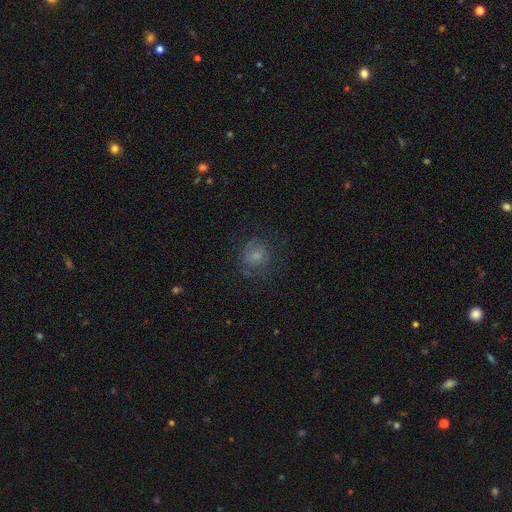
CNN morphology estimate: Smooth or featured? smooth (54%)
How rounded? round (79%)
Merging? none (61%)